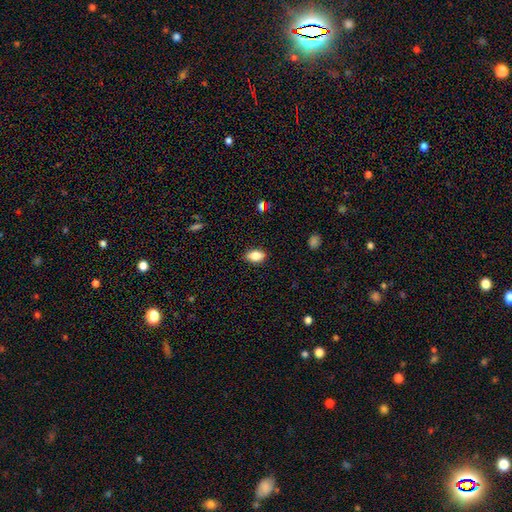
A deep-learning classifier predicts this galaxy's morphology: type=smooth (82%); roundness=in between (88%); merging=none (85%).